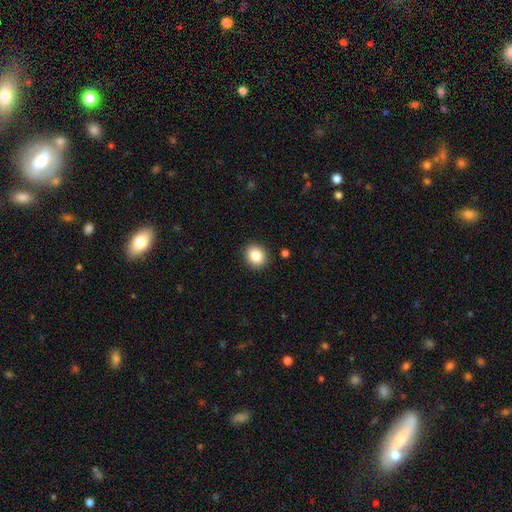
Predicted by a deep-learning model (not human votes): Smooth or featured? Predicted: smooth (p=0.85). How rounded? Predicted: round (p=0.75). Merging? Predicted: none (p=0.90).